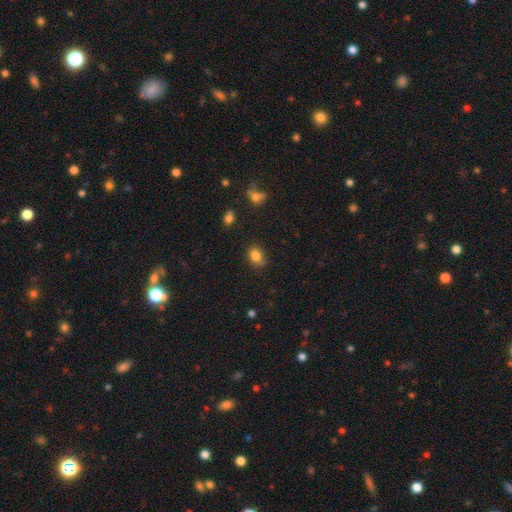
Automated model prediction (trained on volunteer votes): Smooth or featured?
  - smooth: 84% *
  - star or artifact: 11%
  - featured or disk: 6%
How rounded?
  - in between: 59% *
  - round: 40%
  - cigar-shaped: 1%
Merging?
  - none: 71% *
  - minor disturbance: 22%
  - major disturbance: 4%
  - merger: 3%